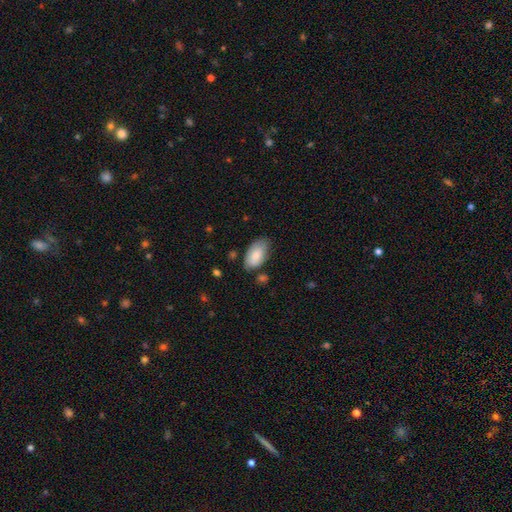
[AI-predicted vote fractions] Morphology: type=smooth (84%); roundness=in between (95%); merging=none (71%).